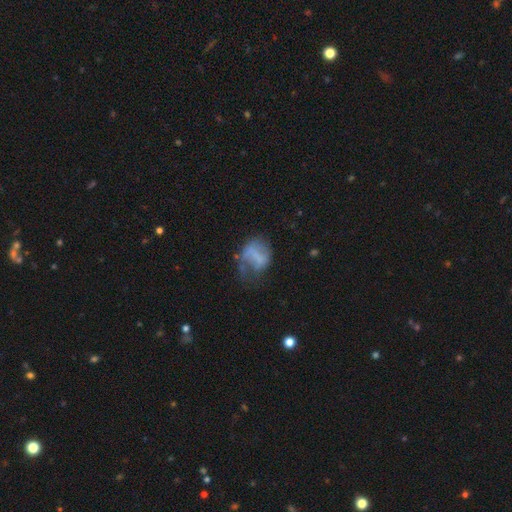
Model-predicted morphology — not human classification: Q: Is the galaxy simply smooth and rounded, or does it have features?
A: smooth — 48%.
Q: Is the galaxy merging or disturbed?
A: none — 34%, tied with major disturbance.